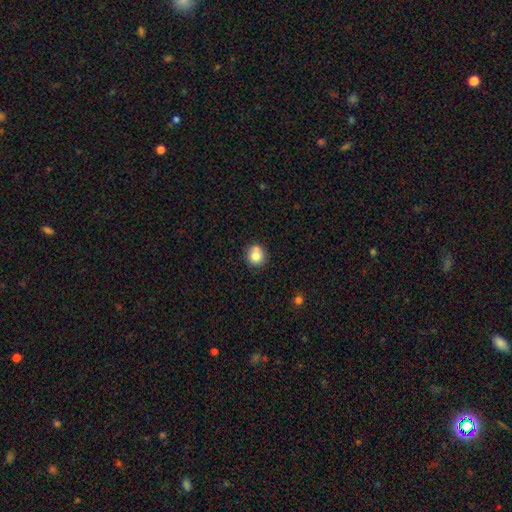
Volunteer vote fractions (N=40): Volunteers were most divided on "merging": none: 44%, minor disturbance: 25%, merger: 25%, major disturbance: 6%. More confident: how rounded — round (86%); smooth or featured — smooth (72%).